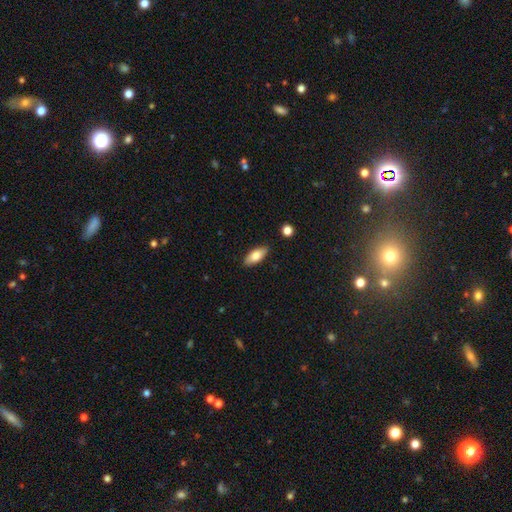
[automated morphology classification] smooth-or-featured: smooth: 77% | featured or disk: 17% | star or artifact: 6%
  how-rounded: in between: 80% | cigar-shaped: 17% | round: 2%
  merging: none: 87% | minor disturbance: 10% | major disturbance: 2% | merger: 2%